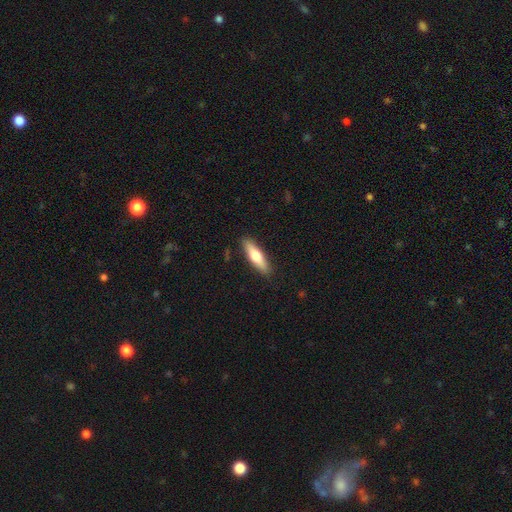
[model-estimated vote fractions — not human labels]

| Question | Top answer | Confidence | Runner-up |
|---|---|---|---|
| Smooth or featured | smooth | 59% | featured or disk (36%) |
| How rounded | cigar-shaped | 70% | in between (29%) |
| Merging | none | 89% | minor disturbance (8%) |